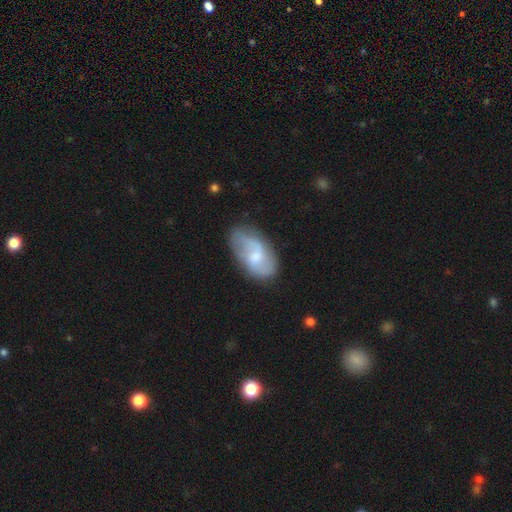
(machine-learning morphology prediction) Smooth or featured? Predicted: featured or disk (p=0.61). Edge-on disk? Predicted: no (p=0.96). Bar? Predicted: weak (p=0.50). Spiral arms? Predicted: yes (p=0.83). Bulge size? Predicted: moderate (p=0.44). Merging? Predicted: none (p=0.64).